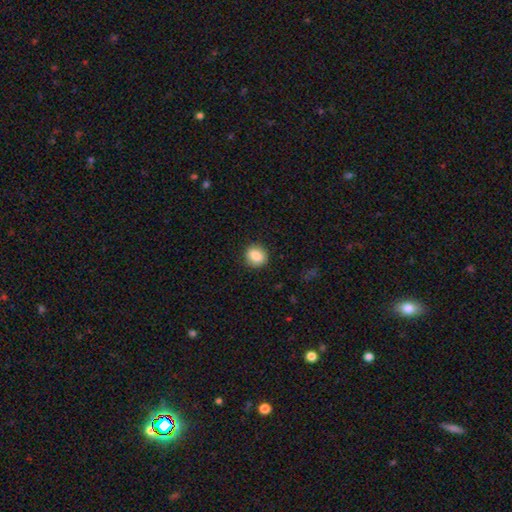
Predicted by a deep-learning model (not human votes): Smooth or featured?
  - smooth: 86% *
  - star or artifact: 8%
  - featured or disk: 5%
How rounded?
  - round: 79% *
  - in between: 20%
  - cigar-shaped: 1%
Merging?
  - none: 88% *
  - minor disturbance: 8%
  - major disturbance: 2%
  - merger: 1%